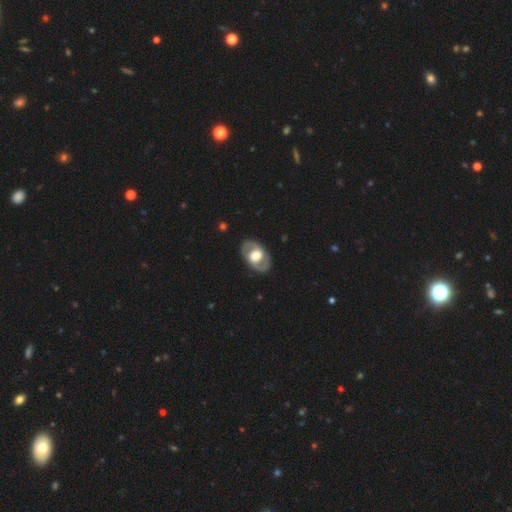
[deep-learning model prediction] Morphology: type=featured or disk (74%); edge-on=no (94%); bar=no (56%); spiral arms=yes (68%); bulge=large (52%); merging=none (85%).